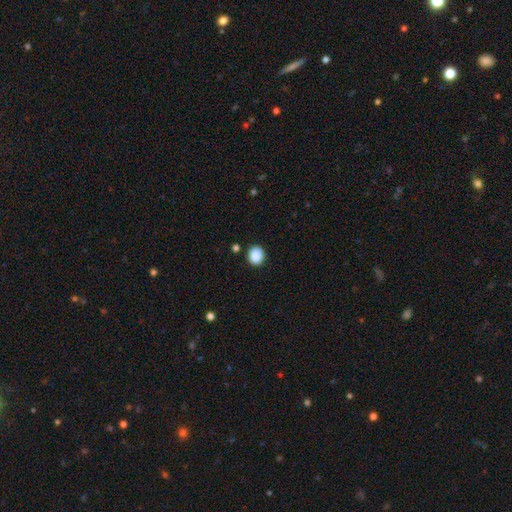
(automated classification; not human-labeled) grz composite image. It shows a smooth galaxy with no disk features (88%) that is round (76%). Merging: none (87%).